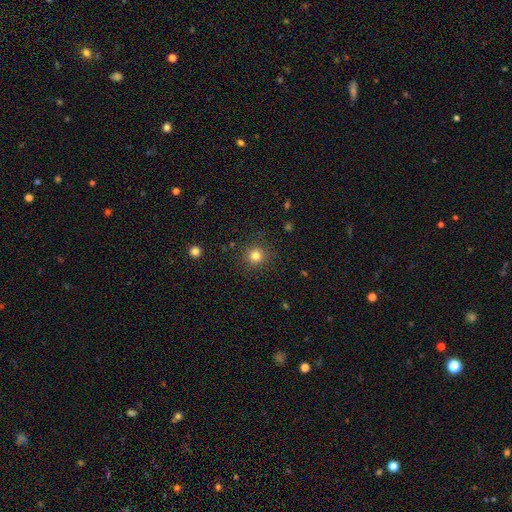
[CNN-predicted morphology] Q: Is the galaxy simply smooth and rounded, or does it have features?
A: smooth — 81%.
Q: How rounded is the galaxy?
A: round — 93%.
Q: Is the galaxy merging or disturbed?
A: none — 88%.